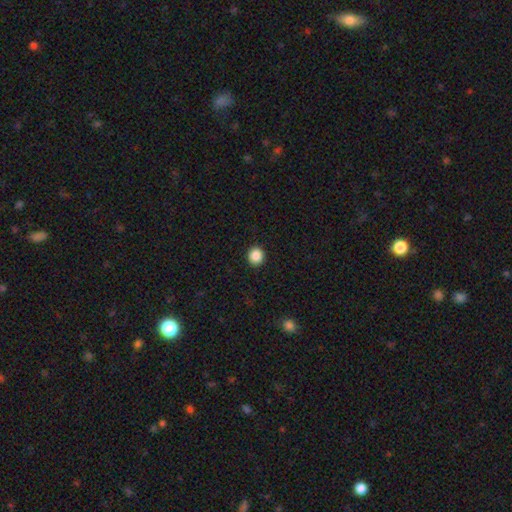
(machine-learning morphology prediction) Smooth or featured?
  - smooth: 88% *
  - star or artifact: 10%
  - featured or disk: 3%
How rounded?
  - round: 91% *
  - in between: 8%
  - cigar-shaped: 1%
Merging?
  - none: 93% *
  - minor disturbance: 4%
  - major disturbance: 2%
  - merger: 1%